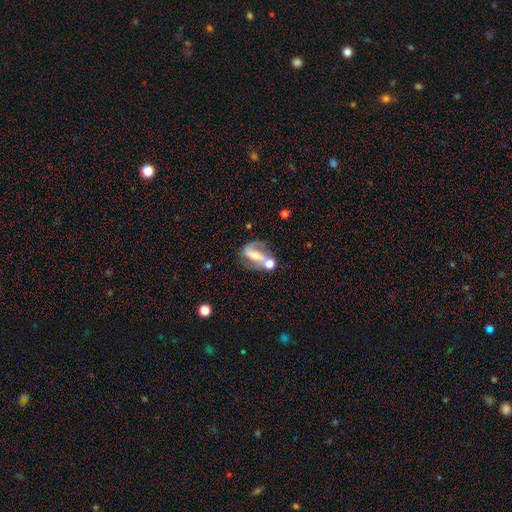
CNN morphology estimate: type=featured or disk (65%); edge-on=no (94%); bar=strong (43%); spiral arms=yes (80%); bulge=small (42%); merging=none (38%).